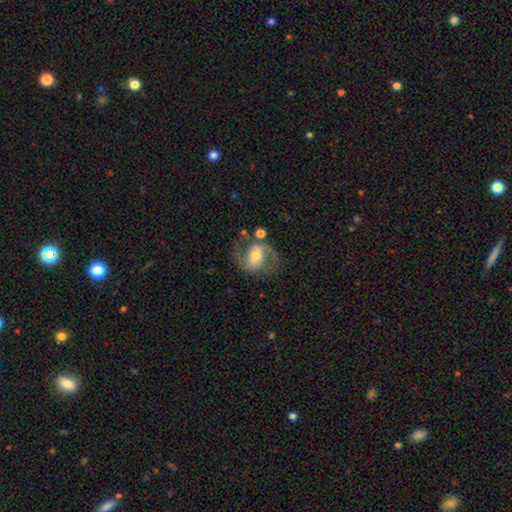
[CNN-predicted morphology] Q: Smooth or featured?
A: featured or disk (78%); runner-up: smooth (16%)
Q: Edge-on disk?
A: no (97%); runner-up: yes (3%)
Q: Bar?
A: weak (40%); runner-up: no (31%)
Q: Spiral arms?
A: yes (90%); runner-up: no (10%)
Q: Spiral winding?
A: medium (56%); runner-up: loose (26%)
Q: Spiral arm count?
A: 2 (90%); runner-up: can't tell (4%)
Q: Bulge size?
A: moderate (53%); runner-up: small (35%)
Q: Merging?
A: none (70%); runner-up: minor disturbance (14%)